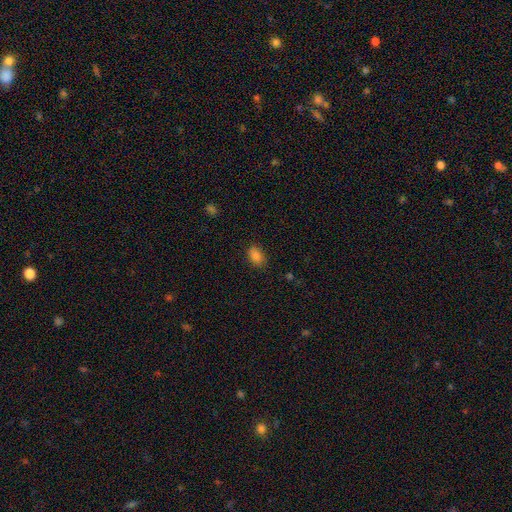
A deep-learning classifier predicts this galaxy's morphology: The model was most divided on "how rounded": in between: 85%, round: 14%, cigar-shaped: 2%. More confident: merging — none (84%); smooth or featured — smooth (83%).